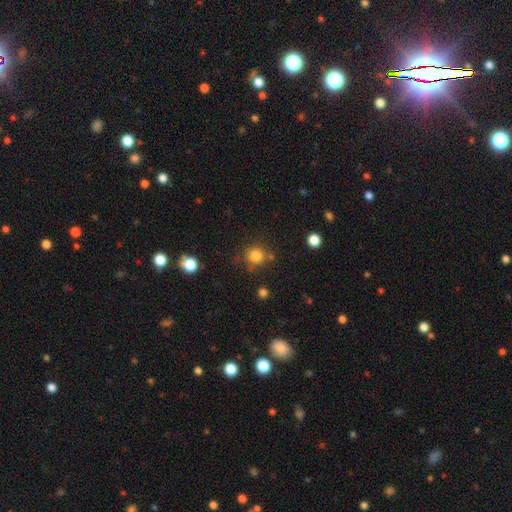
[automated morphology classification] A smooth galaxy with no disk features (81%) that is round (89%). Merging: none (75%).